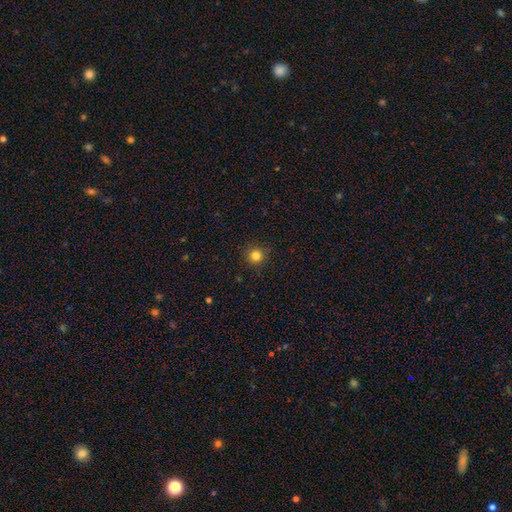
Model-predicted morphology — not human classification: Smooth or featured?
  - smooth: 82% *
  - star or artifact: 13%
  - featured or disk: 5%
How rounded?
  - round: 95% *
  - in between: 4%
  - cigar-shaped: 1%
Merging?
  - none: 90% *
  - minor disturbance: 7%
  - major disturbance: 2%
  - merger: 1%